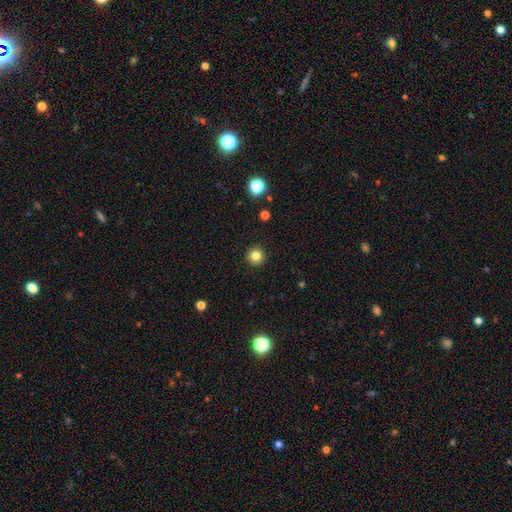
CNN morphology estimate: Overall: smooth (82%). How rounded: round (96%). Merging: none (93%).